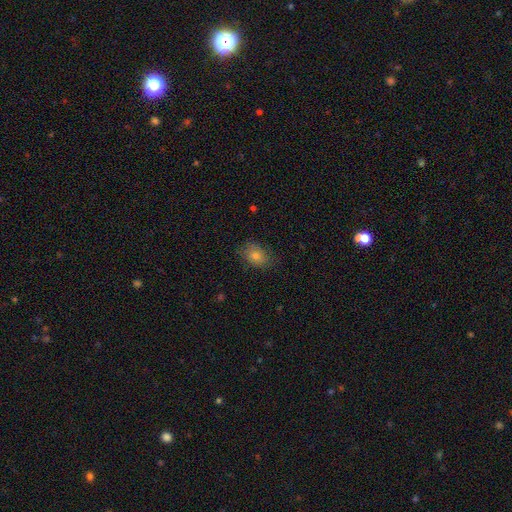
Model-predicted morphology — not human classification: This appears to be a smooth galaxy with no disk features (68%) that is in between round and cigar-shaped (70%). Merging: none (75%).